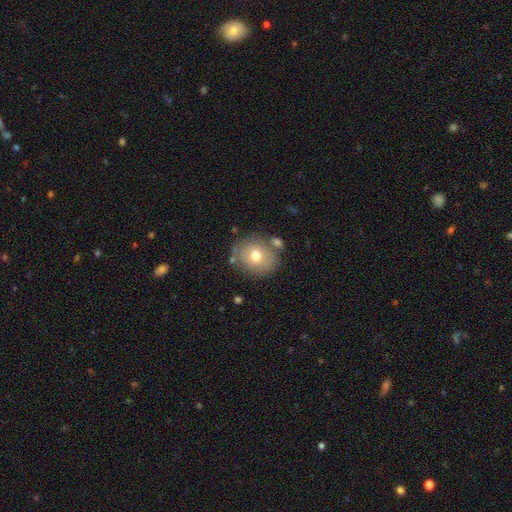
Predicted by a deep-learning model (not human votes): Smooth or featured? Predicted: smooth (p=0.70). How rounded? Predicted: round (p=0.79). Merging? Predicted: none (p=0.74).